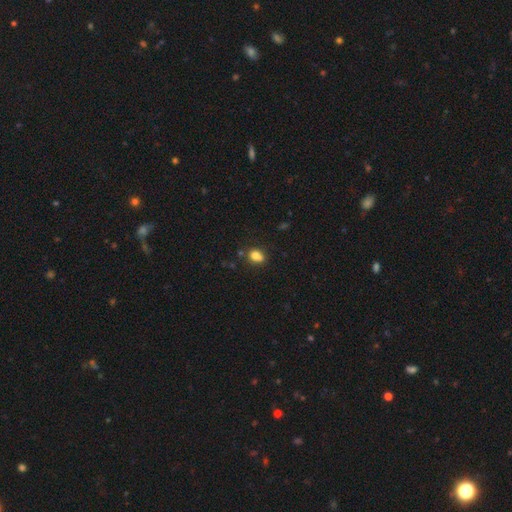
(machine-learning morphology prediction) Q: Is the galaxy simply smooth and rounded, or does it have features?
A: smooth — 79%.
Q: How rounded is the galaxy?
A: in between — 50%.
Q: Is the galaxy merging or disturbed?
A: none — 58%.